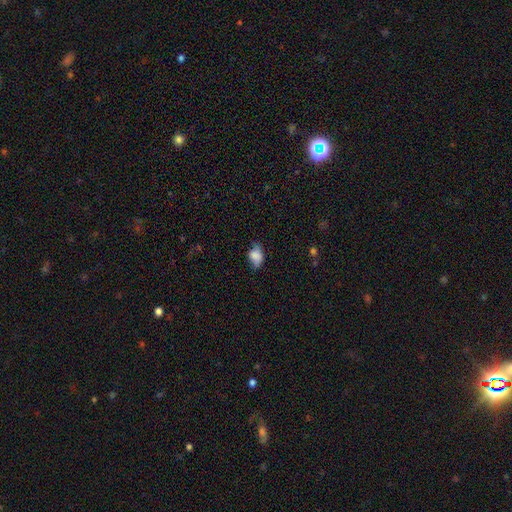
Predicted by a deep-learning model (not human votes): Smooth or featured? smooth (78%)
How rounded? in between (78%)
Merging? none (47%)